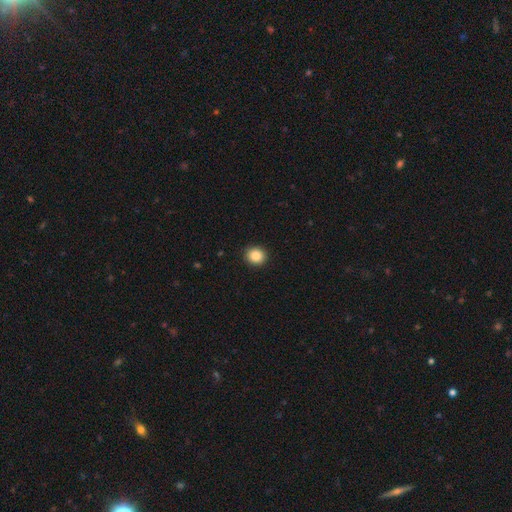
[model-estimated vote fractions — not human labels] Smooth or featured: smooth — 86% (star or artifact — 9%)
How rounded: round — 84% (in between — 15%)
Merging: none — 92% (minor disturbance — 5%)